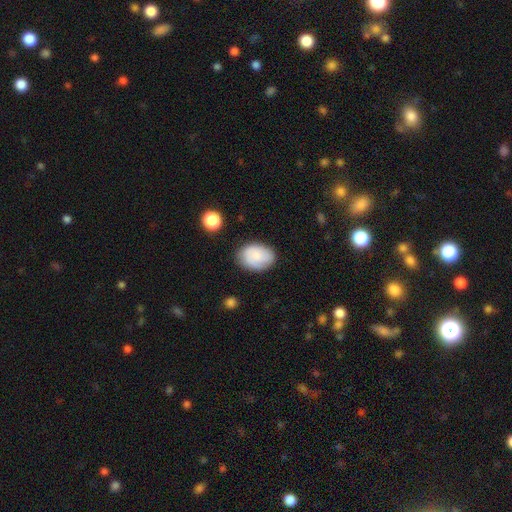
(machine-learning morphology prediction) A smooth galaxy with no disk features (78%) that is in between round and cigar-shaped (77%).

Vote fractions:
- Smooth or featured? smooth: 78% / featured or disk: 14% / star or artifact: 7%
- How rounded? in between: 77% / round: 22% / cigar-shaped: 1%
- Merging? none: 77% / minor disturbance: 17% / major disturbance: 4% / merger: 2%